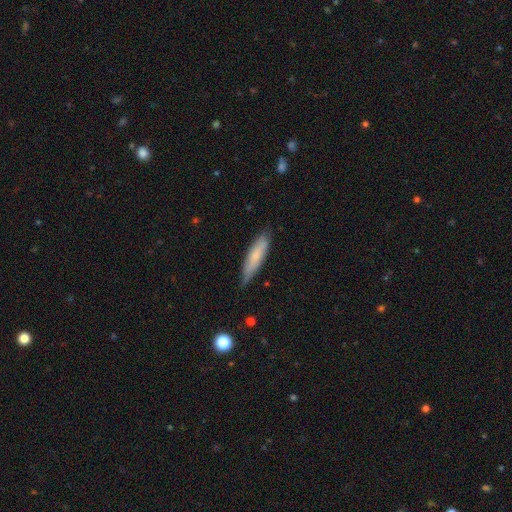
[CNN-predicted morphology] Smooth or featured? smooth (71%)
How rounded? cigar-shaped (74%)
Merging? none (79%)